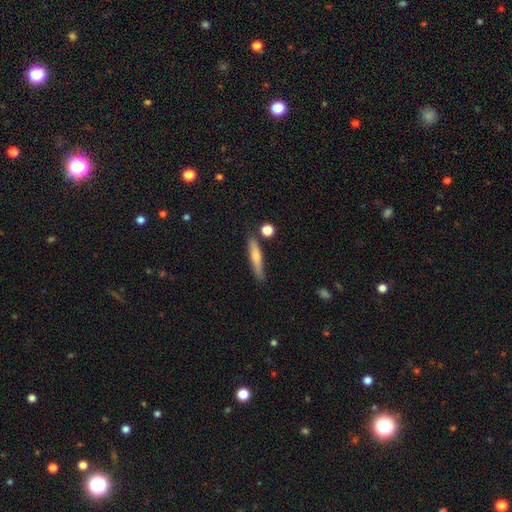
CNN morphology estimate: Smooth or featured? Predicted: smooth (p=0.57). How rounded? Predicted: cigar-shaped (p=0.88). Merging? Predicted: none (p=0.82).